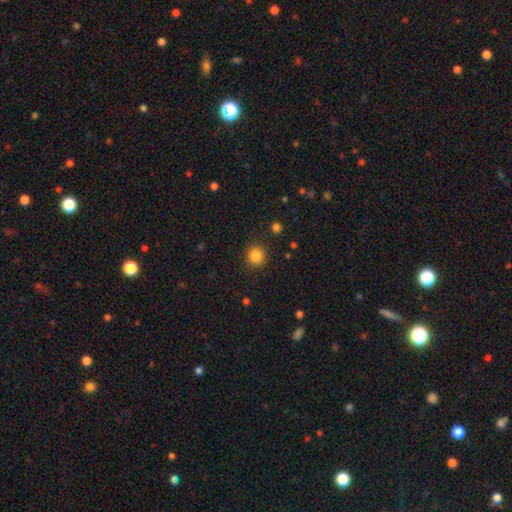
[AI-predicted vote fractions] Smooth or featured? Predicted: smooth (p=0.85). How rounded? Predicted: round (p=0.90). Merging? Predicted: none (p=0.89).